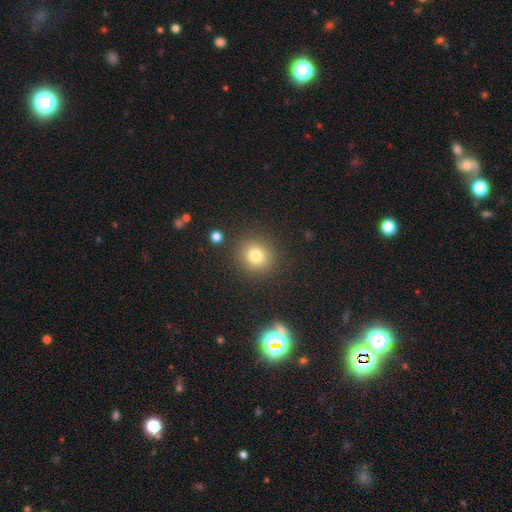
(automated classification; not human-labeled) This appears to be a smooth galaxy with no disk features (77%) that is round (90%). Merging: none (88%).